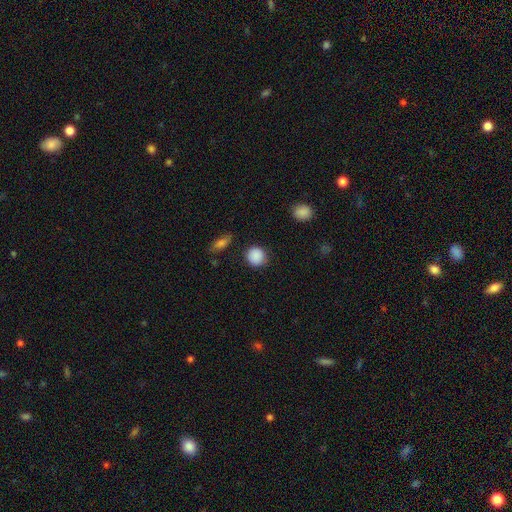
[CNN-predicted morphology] smooth-or-featured: smooth: 88% | star or artifact: 8% | featured or disk: 3%
  how-rounded: round: 89% | in between: 10% | cigar-shaped: 1%
  merging: none: 86% | minor disturbance: 9% | major disturbance: 3% | merger: 2%